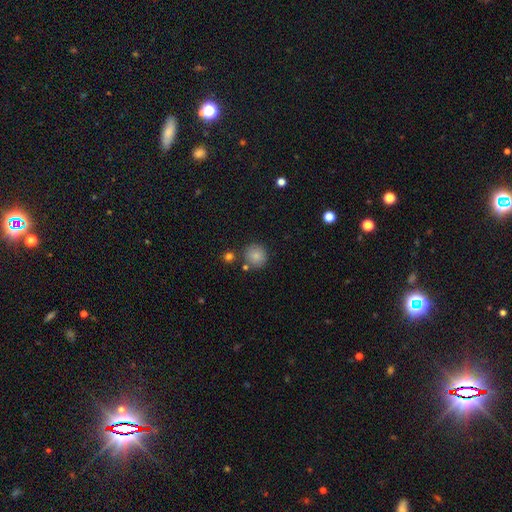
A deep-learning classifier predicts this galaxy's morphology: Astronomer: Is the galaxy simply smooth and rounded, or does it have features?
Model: smooth — 84%.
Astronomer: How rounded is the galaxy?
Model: round — 92%.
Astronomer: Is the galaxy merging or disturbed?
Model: none — 80%.